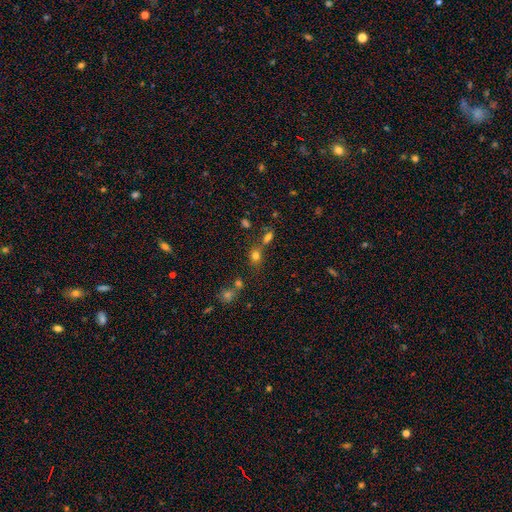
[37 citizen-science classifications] Smooth or featured? 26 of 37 (70%) said smooth. How rounded? 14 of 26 (54%) said round. Merging? 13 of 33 (39%) said none.